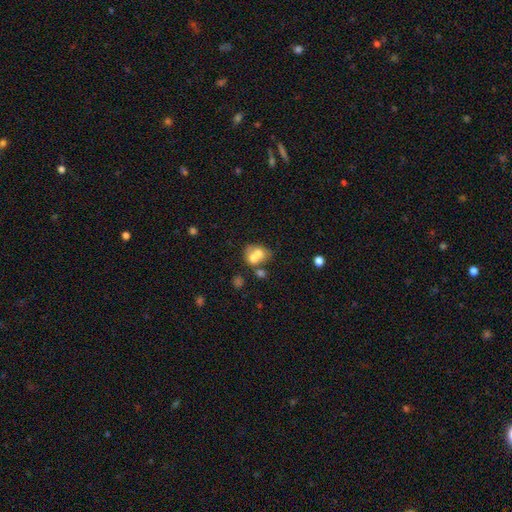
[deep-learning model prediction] A smooth galaxy with no disk features (62%) that is round (55%).

Vote fractions:
- Smooth or featured? smooth: 62% / featured or disk: 28% / star or artifact: 10%
- How rounded? round: 55% / in between: 44% / cigar-shaped: 1%
- Merging? merger: 63% / none: 23% / minor disturbance: 8% / major disturbance: 6%